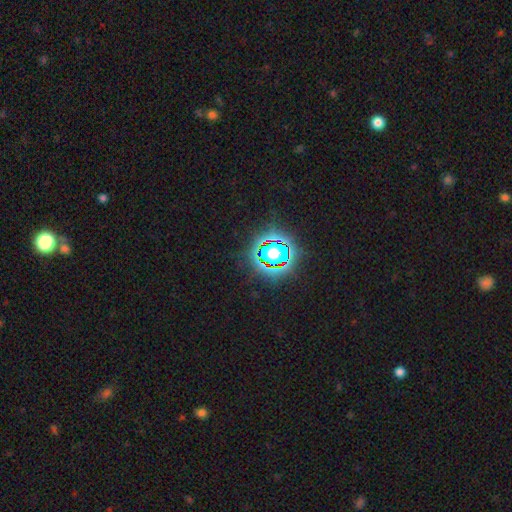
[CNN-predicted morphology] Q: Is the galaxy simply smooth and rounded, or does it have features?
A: star or artifact — 79%.